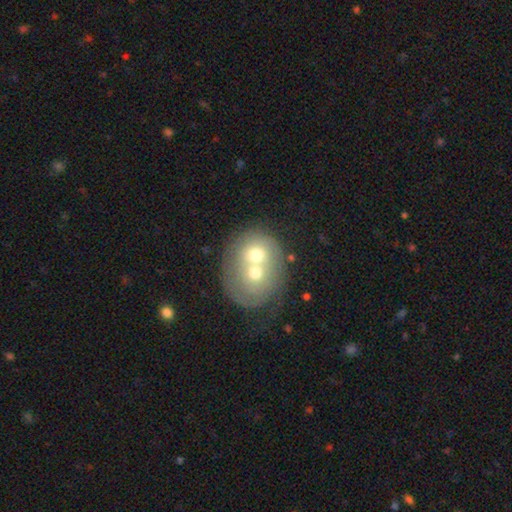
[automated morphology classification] The model was most divided on "smooth or featured": smooth: 50%, featured or disk: 43%, star or artifact: 8%. More confident: merging — merger (74%).